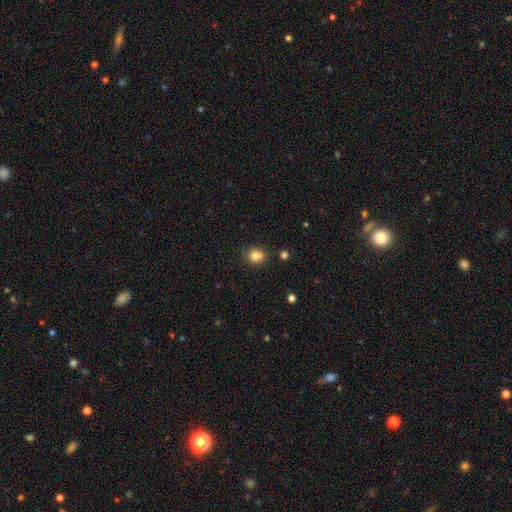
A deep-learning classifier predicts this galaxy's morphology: Smooth or featured: smooth — 81% (star or artifact — 11%)
How rounded: round — 63% (in between — 36%)
Merging: none — 66% (minor disturbance — 16%)